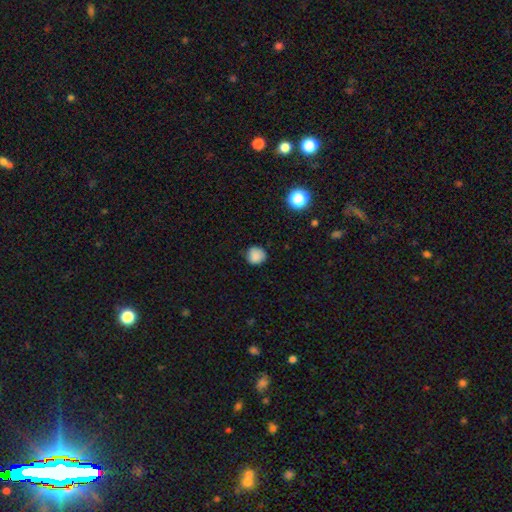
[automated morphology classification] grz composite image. It shows a smooth galaxy with no disk features (85%) that is round (88%). Merging: none (79%).